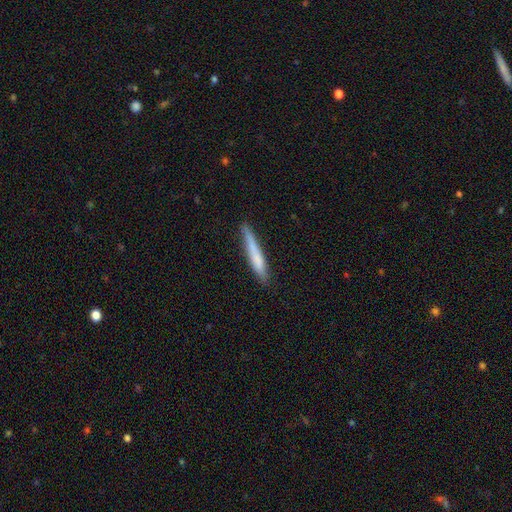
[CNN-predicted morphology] smooth_or_featured: smooth (p=0.68) [alt: featured or disk p=0.26]
how_rounded: cigar-shaped (p=0.95) [alt: in between p=0.03]
merging: none (p=0.82) [alt: minor disturbance p=0.15]